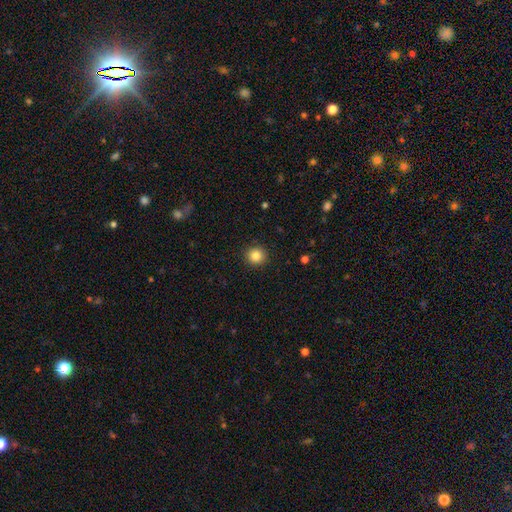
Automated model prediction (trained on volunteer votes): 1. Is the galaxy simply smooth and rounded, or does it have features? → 84% smooth, 11% star or artifact, 5% featured or disk.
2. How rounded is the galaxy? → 94% round, 5% in between, 1% cigar-shaped.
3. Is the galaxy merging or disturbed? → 92% none, 5% minor disturbance, 2% major disturbance, 1% merger.